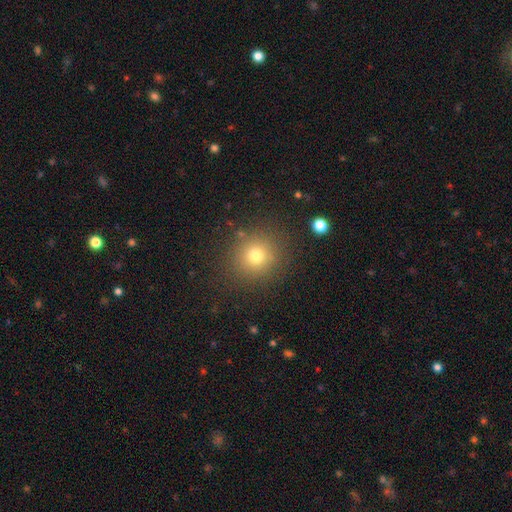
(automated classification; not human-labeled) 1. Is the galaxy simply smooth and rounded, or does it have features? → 74% smooth, 16% star or artifact, 9% featured or disk.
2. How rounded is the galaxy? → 90% round, 9% in between, 1% cigar-shaped.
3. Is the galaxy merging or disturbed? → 86% none, 8% minor disturbance, 4% major disturbance, 2% merger.